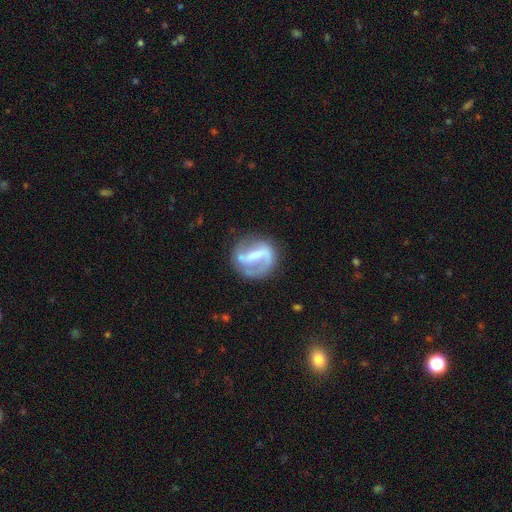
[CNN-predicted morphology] Overall: featured or disk (80%). Edge-on disk: no (96%). Bar: strong (58%; weak 31%). Spiral arms: yes (85%). Spiral arm count: 2 (73%). Spiral winding: medium (41%; loose 37%). Bulge size: small (42%; moderate 39%). Merging: none (69%).